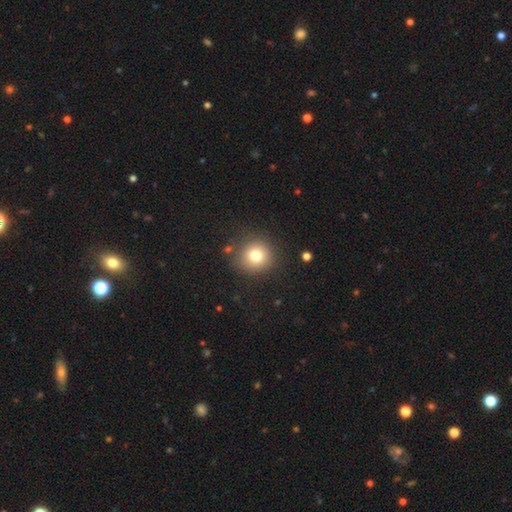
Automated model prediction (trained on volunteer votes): A smooth galaxy with no disk features (78%) that is round (91%).

Vote fractions:
- Smooth or featured? smooth: 78% / star or artifact: 12% / featured or disk: 9%
- How rounded? round: 91% / in between: 8% / cigar-shaped: 1%
- Merging? none: 86% / minor disturbance: 8% / major disturbance: 3% / merger: 2%